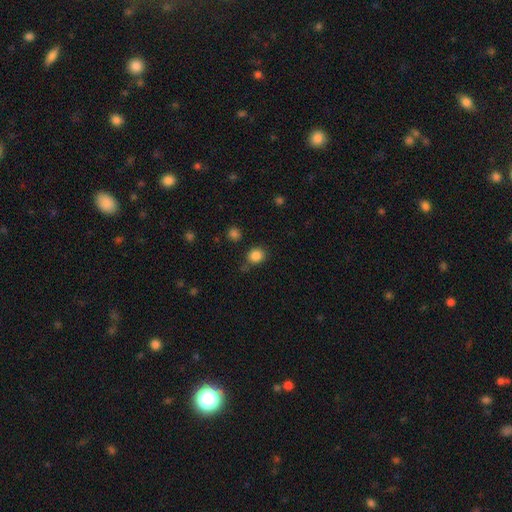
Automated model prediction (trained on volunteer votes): A smooth galaxy with no disk features (85%) that is round (78%).

Vote fractions:
- Smooth or featured? smooth: 85% / star or artifact: 11% / featured or disk: 4%
- How rounded? round: 78% / in between: 21% / cigar-shaped: 1%
- Merging? none: 76% / minor disturbance: 14% / merger: 5% / major disturbance: 4%